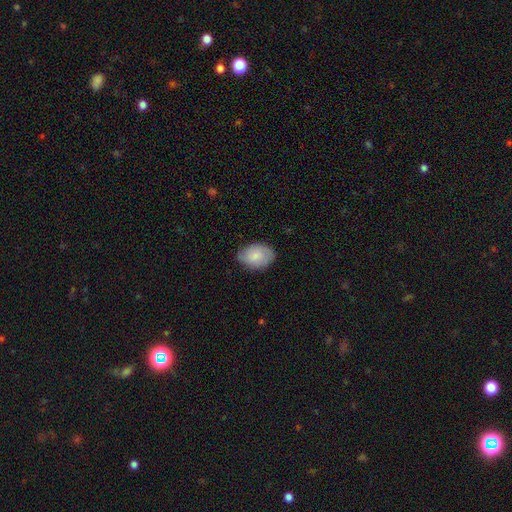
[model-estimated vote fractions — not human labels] Overall: smooth (80%). How rounded: in between (80%). Merging: none (75%).